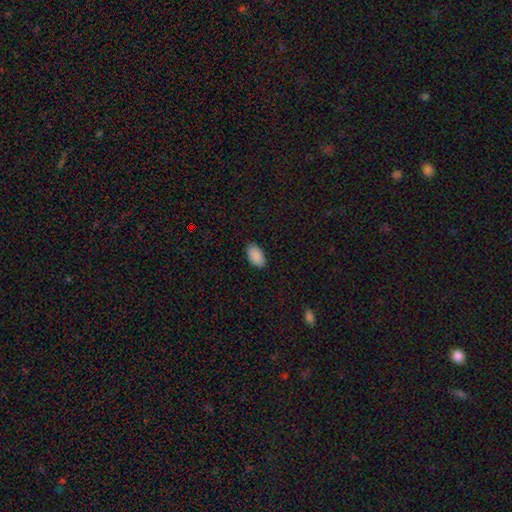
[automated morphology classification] smooth-or-featured: smooth: 90% | star or artifact: 7% | featured or disk: 3%
  how-rounded: in between: 95% | round: 3% | cigar-shaped: 2%
  merging: none: 87% | minor disturbance: 10% | major disturbance: 2% | merger: 1%